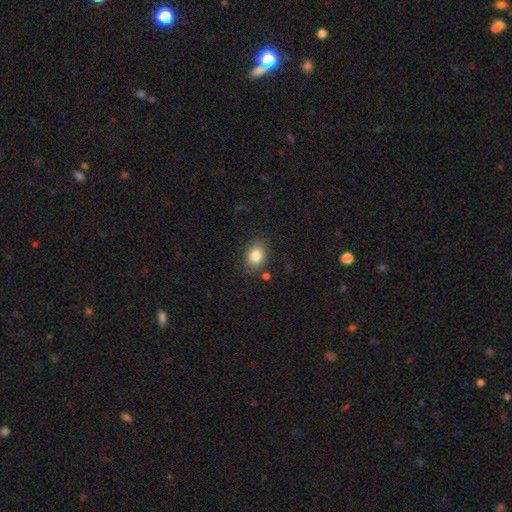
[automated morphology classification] A smooth galaxy with no disk features (83%) that is in between round and cigar-shaped (56%). Merging: none (80%).